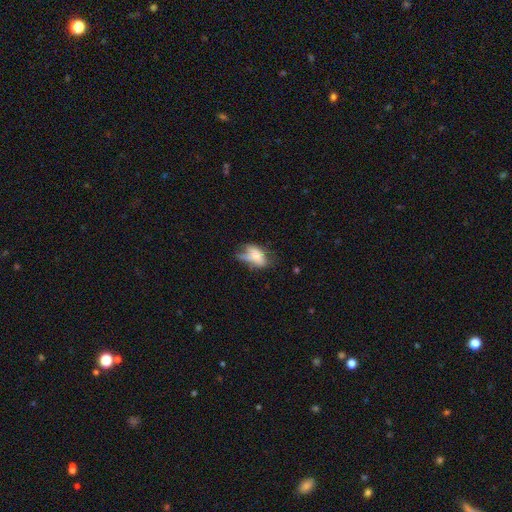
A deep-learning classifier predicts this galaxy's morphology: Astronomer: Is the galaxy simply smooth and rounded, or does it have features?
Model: smooth — 59%.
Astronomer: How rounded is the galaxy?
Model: in between — 86%.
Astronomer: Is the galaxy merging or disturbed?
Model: major disturbance — 35% (runner-up: minor disturbance, 30%).